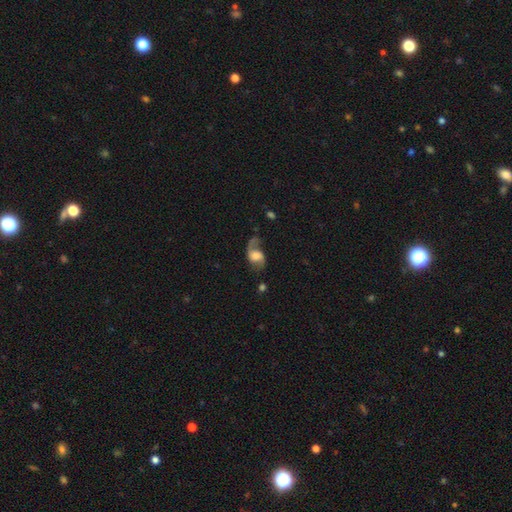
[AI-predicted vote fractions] Smooth or featured? Predicted: featured or disk (p=0.75). Edge-on disk? Predicted: no (p=0.97). Bar? Predicted: no (p=0.53). Spiral arms? Predicted: yes (p=0.93). Spiral winding? Predicted: loose (p=0.65). Spiral arm count? Predicted: 2 (p=0.77). Bulge size? Predicted: moderate (p=0.41). Merging? Predicted: none (p=0.55).